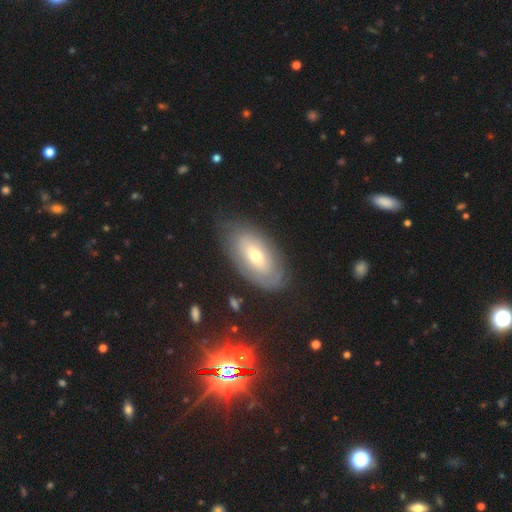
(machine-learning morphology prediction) The model was most divided on "smooth or featured": featured or disk: 53%, smooth: 38%, star or artifact: 9%. More confident: edge-on disk — no (87%); merging — none (76%).